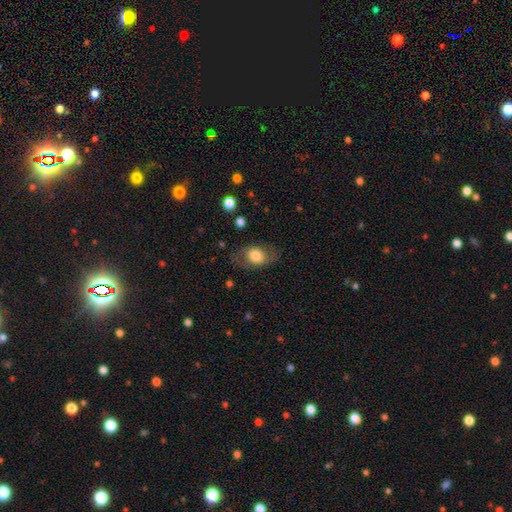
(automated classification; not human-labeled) Smooth or featured?
  - smooth: 70% *
  - featured or disk: 22%
  - star or artifact: 7%
How rounded?
  - in between: 72% *
  - round: 26%
  - cigar-shaped: 2%
Merging?
  - none: 70% *
  - minor disturbance: 19%
  - major disturbance: 10%
  - merger: 1%